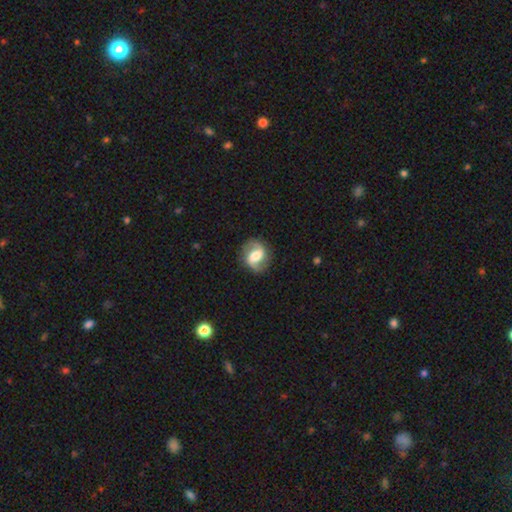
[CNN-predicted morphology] smooth-or-featured: featured or disk: 79% | smooth: 15% | star or artifact: 6%
  disk-edge-on: no: 98% | yes: 2%
    bar: weak: 44% | strong: 30% | no: 26%
    has-spiral-arms: yes: 93% | no: 7%
      spiral-winding: medium: 49% | loose: 32% | tight: 19%
      spiral-arm-count: 2: 92% | can't tell: 3% | 1: 2% | 3: 1% | 4: 1% | more than 4: 1%
    bulge-size: moderate: 53% | large: 27% | small: 14% | dominant: 3% | none: 3%
  merging: none: 85% | minor disturbance: 10% | major disturbance: 4% | merger: 1%